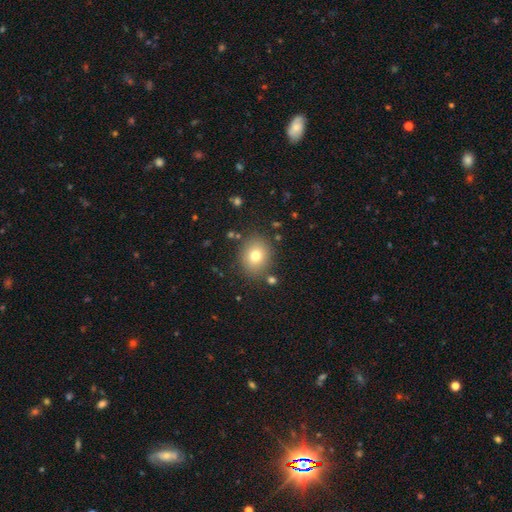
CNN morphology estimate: Smooth or featured?
  - smooth: 75% *
  - featured or disk: 13%
  - star or artifact: 13%
How rounded?
  - round: 61% *
  - in between: 38%
  - cigar-shaped: 1%
Merging?
  - none: 83% *
  - minor disturbance: 10%
  - major disturbance: 4%
  - merger: 4%